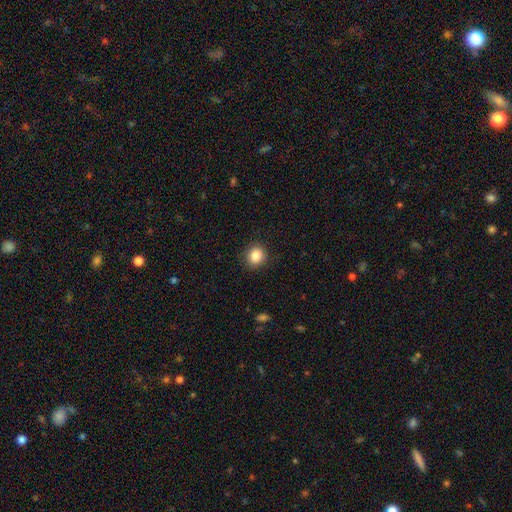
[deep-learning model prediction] smooth 85%, star or artifact 10%, featured or disk 5%. Down the decision tree: how rounded — round (80%); merging — none (90%).